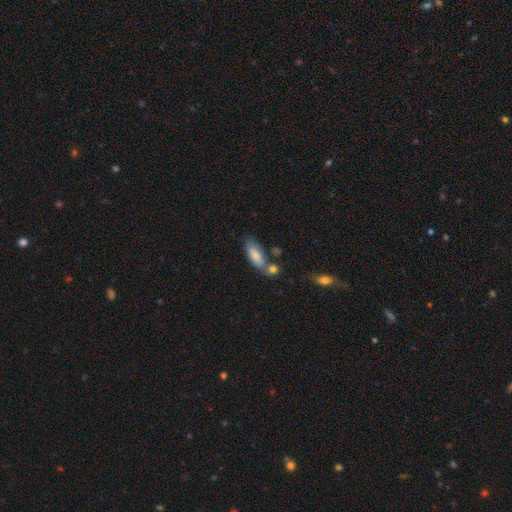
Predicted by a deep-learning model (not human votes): smooth 79%, featured or disk 15%, star or artifact 6%. Down the decision tree: how rounded — in between (73%); merging — none (52%).